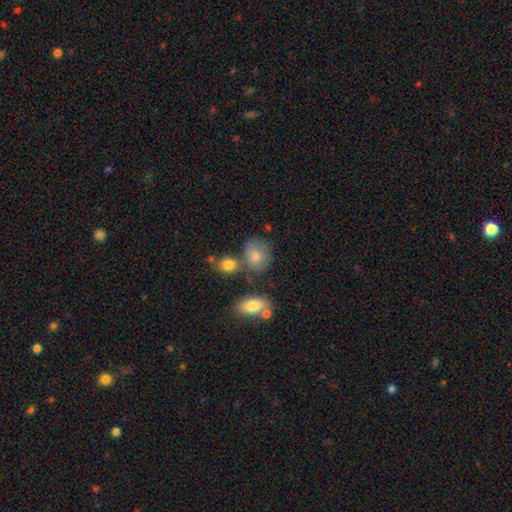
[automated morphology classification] Overall: smooth (75%). How rounded: round (54%; in between 44%). Merging: none (56%; minor disturbance 19%).